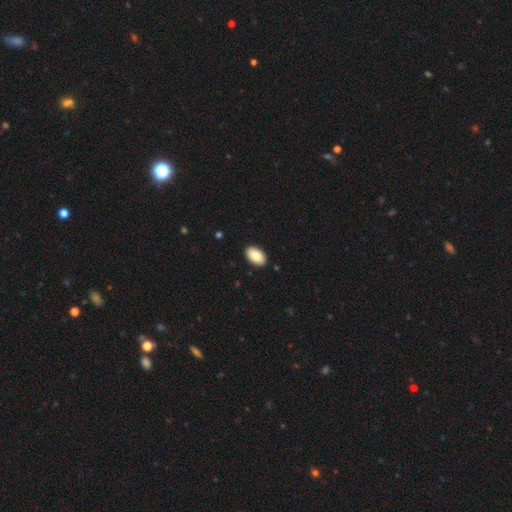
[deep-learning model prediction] This is clearly a smooth galaxy (86%). How rounded: clearly in between (94%). Merging: clearly none (90%).